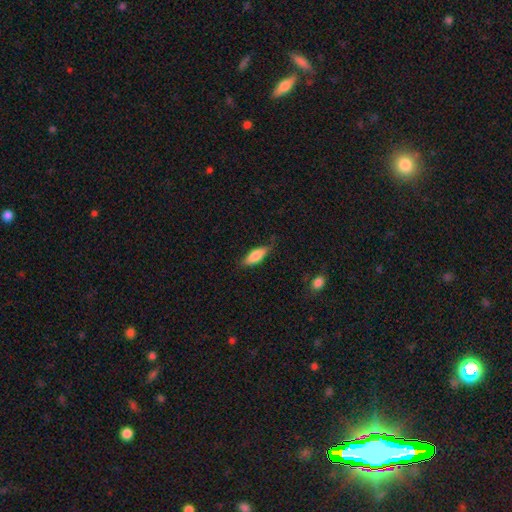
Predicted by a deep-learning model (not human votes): A smooth galaxy with no disk features (79%) that is in between round and cigar-shaped (62%). Merging: none (77%).